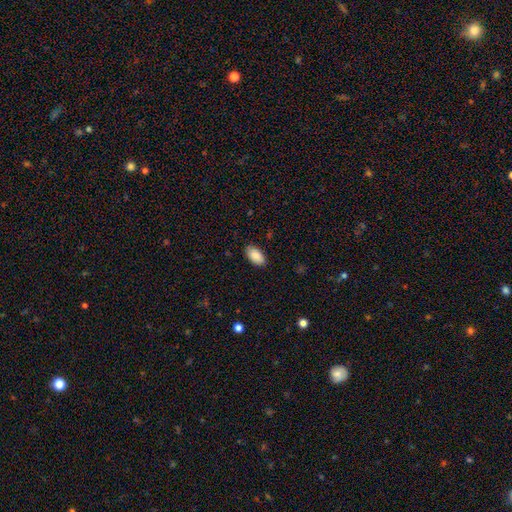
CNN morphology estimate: smooth 89%, star or artifact 6%, featured or disk 4%. Down the decision tree: how rounded — in between (95%); merging — none (88%).